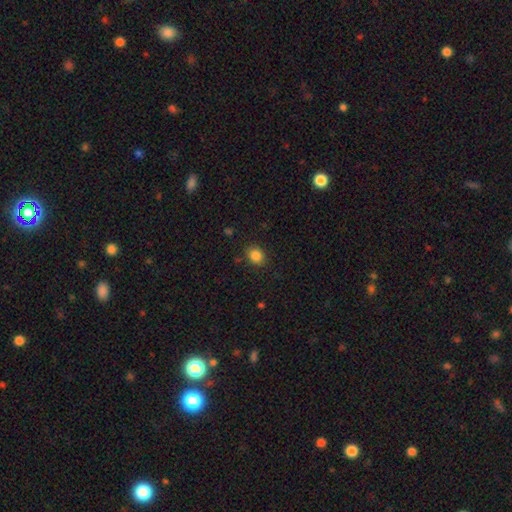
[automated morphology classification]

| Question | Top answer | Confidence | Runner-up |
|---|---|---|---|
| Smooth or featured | smooth | 85% | star or artifact (10%) |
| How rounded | round | 58% | in between (42%) |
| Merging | none | 87% | minor disturbance (9%) |